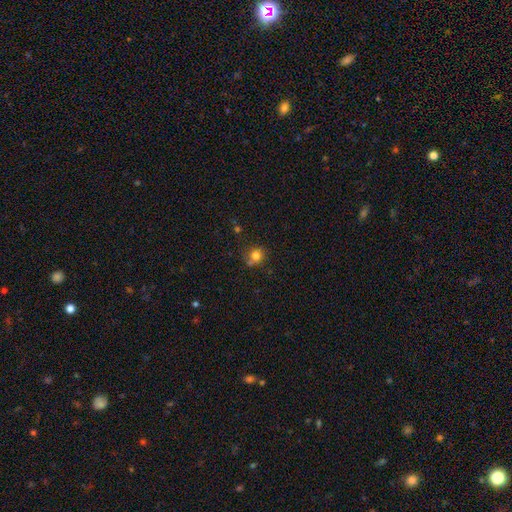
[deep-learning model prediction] smooth_or_featured: smooth (p=0.79) [alt: star or artifact p=0.13]
how_rounded: round (p=0.86) [alt: in between p=0.13]
merging: none (p=0.68) [alt: minor disturbance p=0.17]